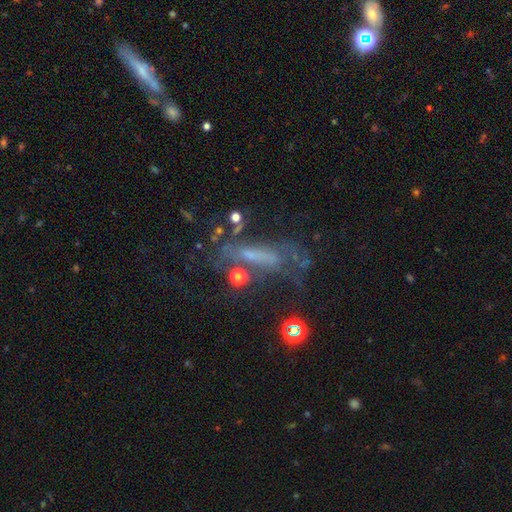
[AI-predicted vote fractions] Smooth or featured? featured or disk (55%)
Edge-on disk? no (71%)
Merging? none (44%)